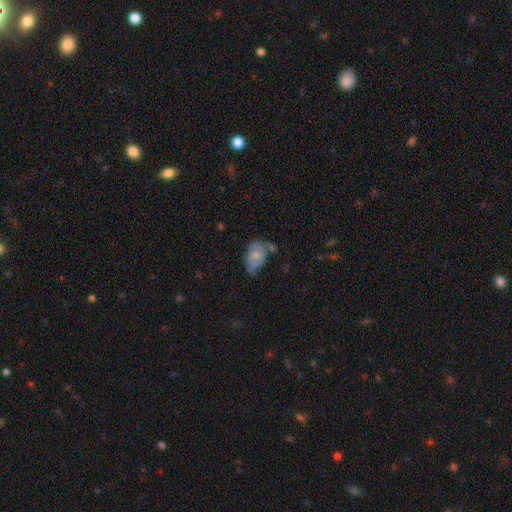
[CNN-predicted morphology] smooth-or-featured: smooth: 48% | featured or disk: 44% | star or artifact: 8%
  merging: none: 33% | minor disturbance: 32% | major disturbance: 21% | merger: 15%